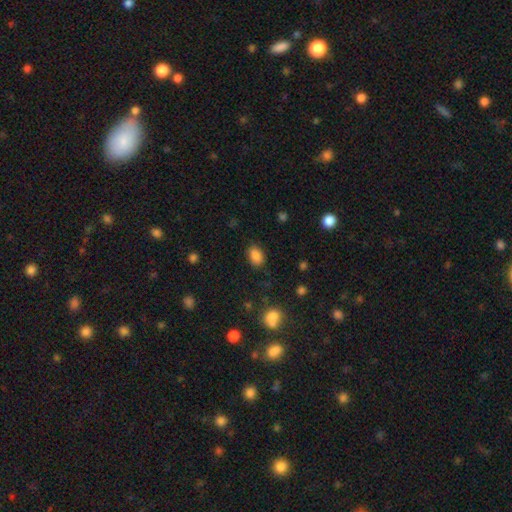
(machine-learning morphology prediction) This is clearly a smooth galaxy (86%). How rounded: clearly in between (80%). Merging: clearly none (84%).